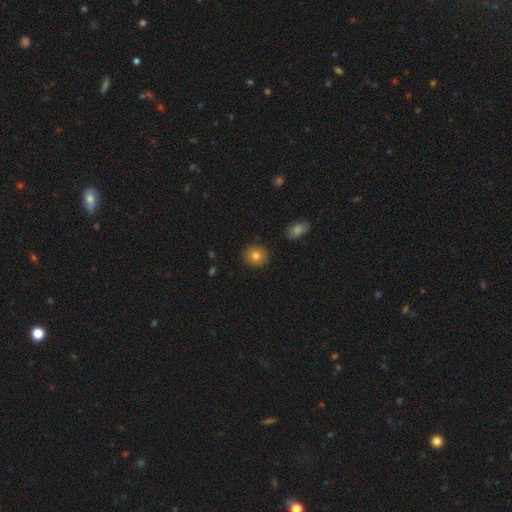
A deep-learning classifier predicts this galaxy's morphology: smooth_or_featured: smooth (p=0.81) [alt: star or artifact p=0.10]
how_rounded: round (p=0.88) [alt: in between p=0.11]
merging: none (p=0.91) [alt: minor disturbance p=0.06]